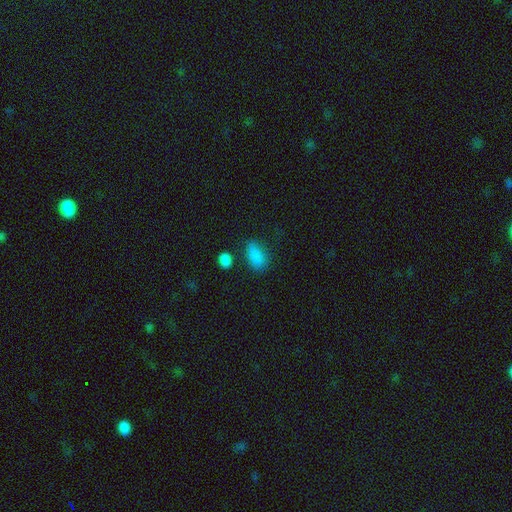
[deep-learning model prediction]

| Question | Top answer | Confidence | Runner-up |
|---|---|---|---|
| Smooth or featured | smooth | 86% | star or artifact (9%) |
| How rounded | in between | 89% | round (7%) |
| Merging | none | 67% | minor disturbance (20%) |